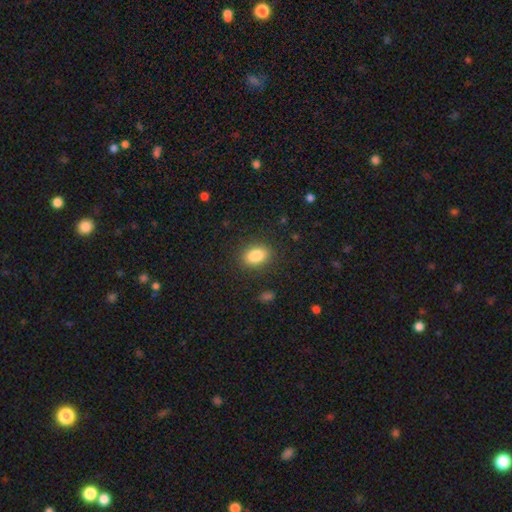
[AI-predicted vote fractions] Smooth or featured? Predicted: smooth (p=0.86). How rounded? Predicted: in between (p=0.81). Merging? Predicted: none (p=0.86).